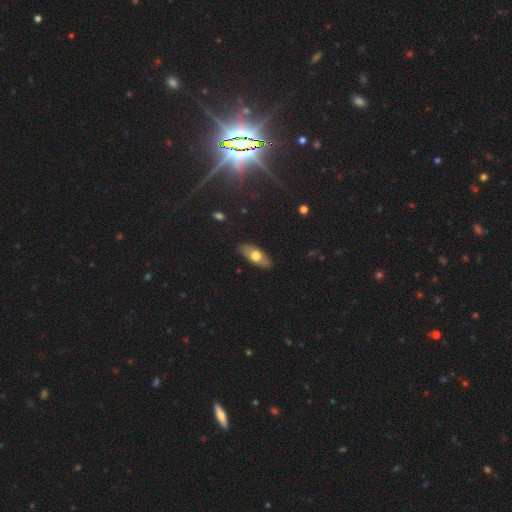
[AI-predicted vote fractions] Smooth or featured?
  - smooth: 57% *
  - featured or disk: 37%
  - star or artifact: 6%
How rounded?
  - in between: 80% *
  - cigar-shaped: 16%
  - round: 4%
Merging?
  - none: 85% *
  - minor disturbance: 12%
  - major disturbance: 2%
  - merger: 1%